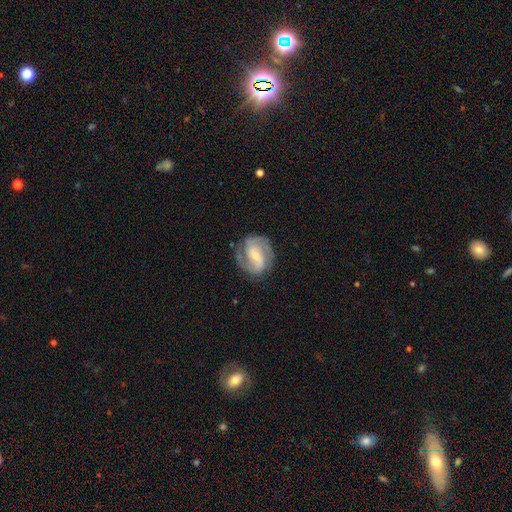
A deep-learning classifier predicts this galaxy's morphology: Smooth or featured? Predicted: featured or disk (p=0.85). Edge-on disk? Predicted: no (p=0.98). Bar? Predicted: weak (p=0.46). Spiral arms? Predicted: yes (p=0.96). Spiral winding? Predicted: medium (p=0.49). Spiral arm count? Predicted: 2 (p=0.82). Bulge size? Predicted: small (p=0.58). Merging? Predicted: none (p=0.76).